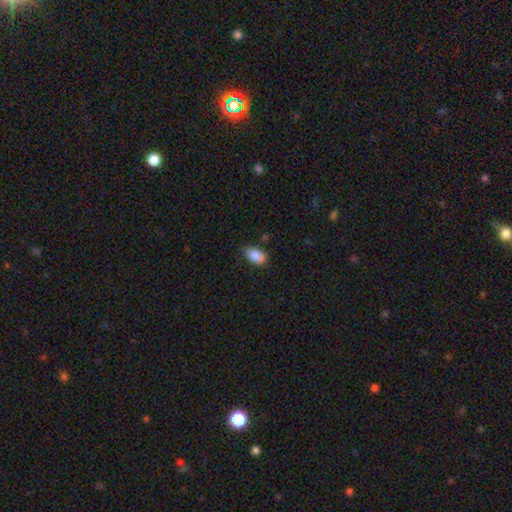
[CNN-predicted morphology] smooth-or-featured: smooth: 87% | star or artifact: 8% | featured or disk: 6%
  how-rounded: in between: 92% | round: 4% | cigar-shaped: 4%
  merging: none: 75% | minor disturbance: 20% | major disturbance: 3% | merger: 2%